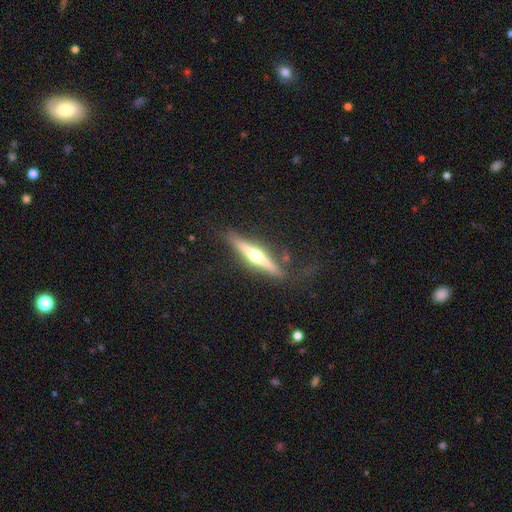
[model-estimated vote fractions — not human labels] A featured or disk galaxy (72%) viewed edge-on (97%) with a rounded central bulge (94%).

Vote fractions:
- Smooth or featured? featured or disk: 72% / smooth: 22% / star or artifact: 6%
- Edge-on disk? yes: 97% / no: 3%
- Edge-on bulge? rounded: 94% / none: 3% / boxy: 3%
- Merging? none: 82% / minor disturbance: 12% / major disturbance: 4% / merger: 3%